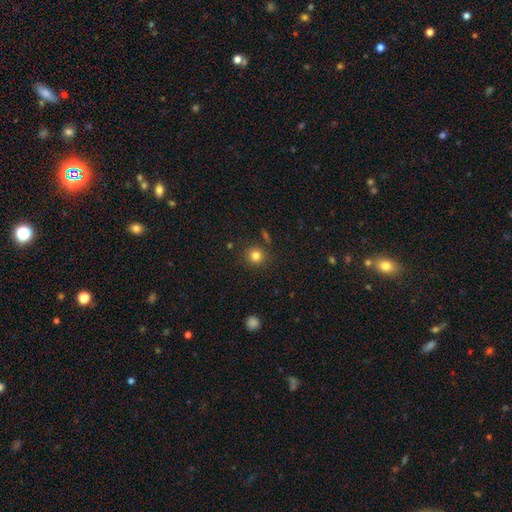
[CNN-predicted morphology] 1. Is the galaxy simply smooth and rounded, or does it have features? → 82% smooth, 12% star or artifact, 6% featured or disk.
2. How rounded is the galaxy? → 90% round, 9% in between, 1% cigar-shaped.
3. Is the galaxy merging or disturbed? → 85% none, 8% minor disturbance, 4% merger, 3% major disturbance.